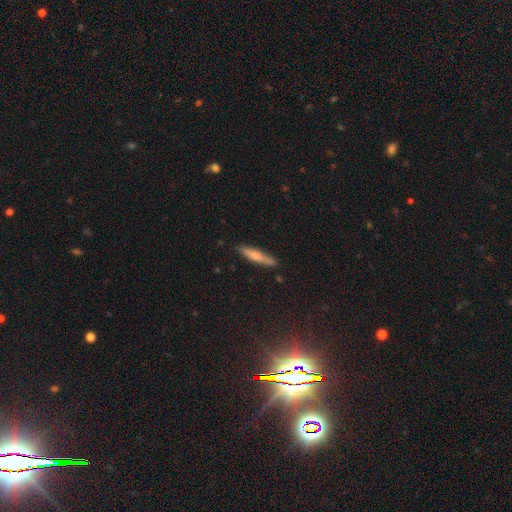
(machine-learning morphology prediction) Q: Smooth or featured?
A: smooth (62%); runner-up: featured or disk (31%)
Q: How rounded?
A: cigar-shaped (88%); runner-up: in between (10%)
Q: Merging?
A: none (84%); runner-up: minor disturbance (12%)